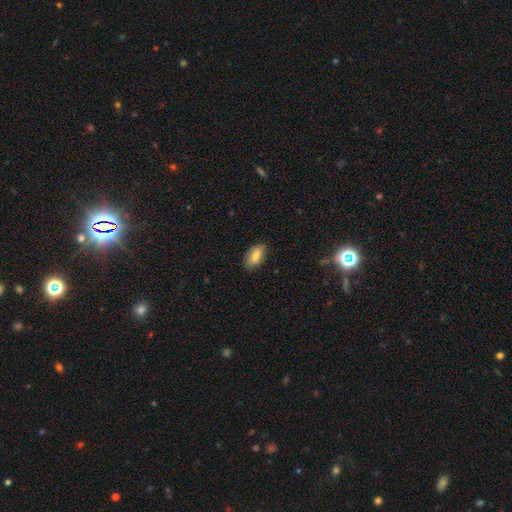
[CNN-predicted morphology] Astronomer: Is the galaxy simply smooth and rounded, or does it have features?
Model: smooth — 73%.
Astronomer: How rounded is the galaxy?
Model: in between — 90%.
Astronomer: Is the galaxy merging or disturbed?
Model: none — 80%.